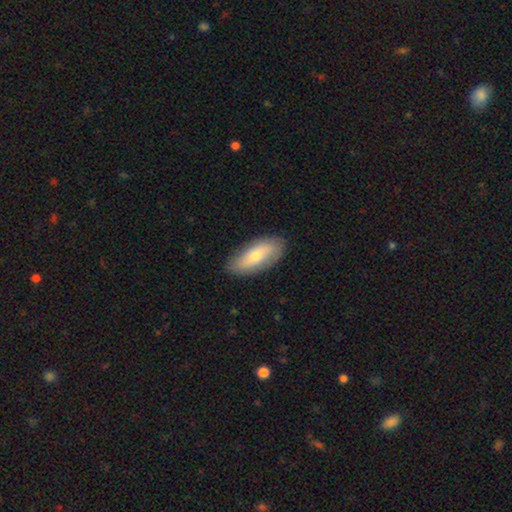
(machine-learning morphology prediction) Smooth or featured?
  - smooth: 66% *
  - featured or disk: 29%
  - star or artifact: 6%
How rounded?
  - in between: 83% *
  - cigar-shaped: 14%
  - round: 3%
Merging?
  - none: 85% *
  - minor disturbance: 11%
  - major disturbance: 3%
  - merger: 1%